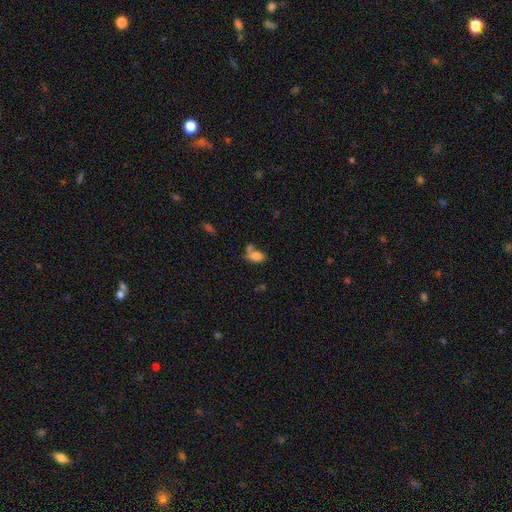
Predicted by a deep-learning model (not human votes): Smooth or featured? Predicted: smooth (p=0.80). How rounded? Predicted: in between (p=0.89). Merging? Predicted: none (p=0.42).